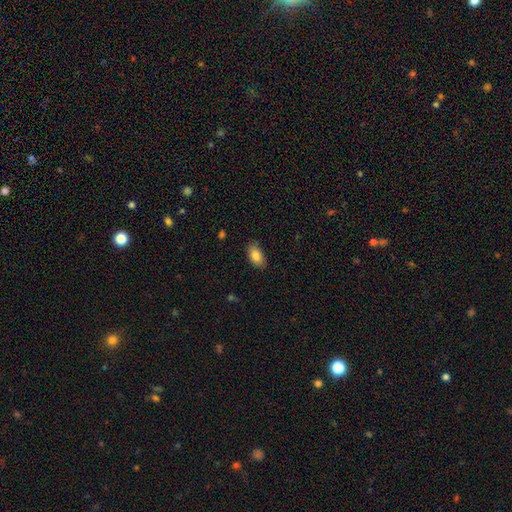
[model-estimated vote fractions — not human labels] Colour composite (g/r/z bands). It shows a smooth galaxy with no disk features (84%) that is in between round and cigar-shaped (92%). Merging: none (81%).